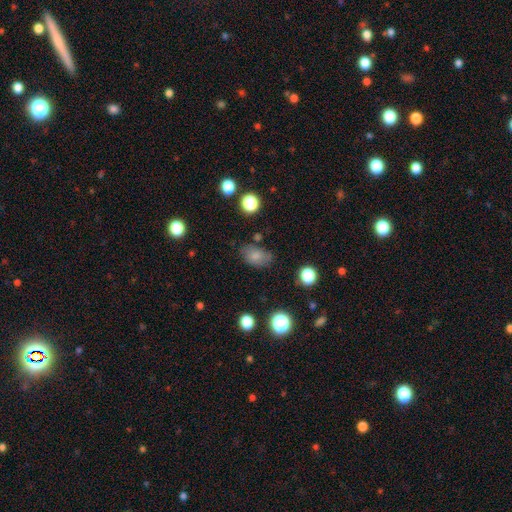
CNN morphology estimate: A smooth galaxy with no disk features (75%) that is in between round and cigar-shaped (86%). Merging: none (69%).